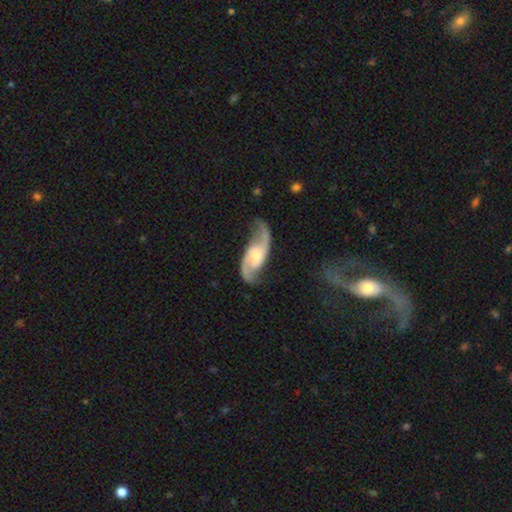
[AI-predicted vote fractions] This is clearly a featured or disk galaxy (89%). It is clearly not viewed edge-on (96%). Bar: possibly no (48%). Spiral arm pattern: clearly yes (97%). Spiral arm count: clearly 2 (93%). Spiral winding: possibly loose (53%). Central bulge: marginally small (40%). Merging: likely none (72%).